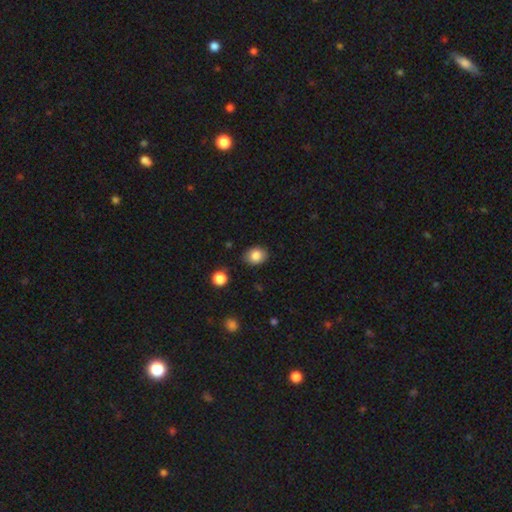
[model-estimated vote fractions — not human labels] Q: Smooth or featured?
A: smooth (84%); runner-up: star or artifact (9%)
Q: How rounded?
A: in between (54%); runner-up: round (45%)
Q: Merging?
A: none (83%); runner-up: minor disturbance (12%)